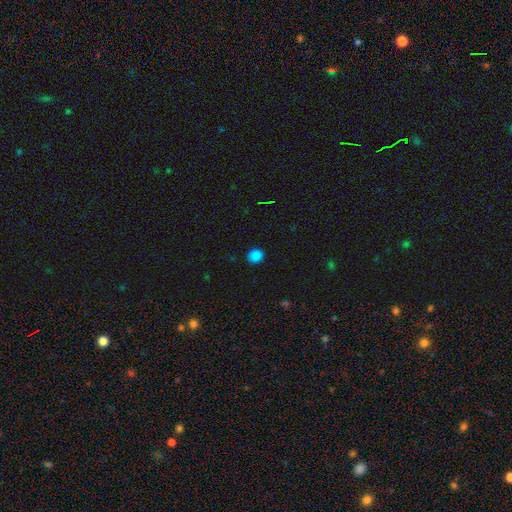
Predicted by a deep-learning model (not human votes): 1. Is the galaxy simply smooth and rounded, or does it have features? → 84% smooth, 13% star or artifact, 3% featured or disk.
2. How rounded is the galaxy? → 77% round, 22% in between, 1% cigar-shaped.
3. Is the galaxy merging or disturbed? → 90% none, 7% minor disturbance, 2% major disturbance, 1% merger.